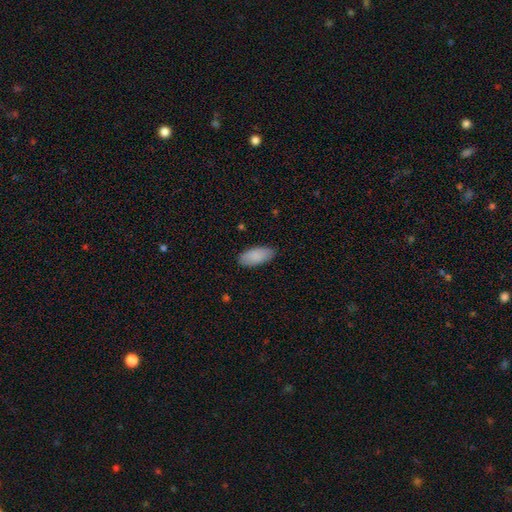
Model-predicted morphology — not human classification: A smooth galaxy with no disk features (89%) that is in between round and cigar-shaped (90%).

Vote fractions:
- Smooth or featured? smooth: 89% / star or artifact: 6% / featured or disk: 6%
- How rounded? in between: 90% / cigar-shaped: 9% / round: 2%
- Merging? none: 84% / minor disturbance: 13% / major disturbance: 2% / merger: 1%